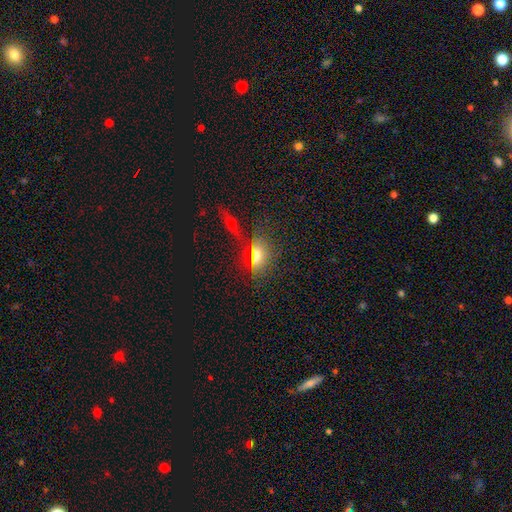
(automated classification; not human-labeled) The model was most divided on "smooth or featured": smooth: 51%, star or artifact: 27%, featured or disk: 21%. More confident: merging — none (76%); how rounded — in between (68%).